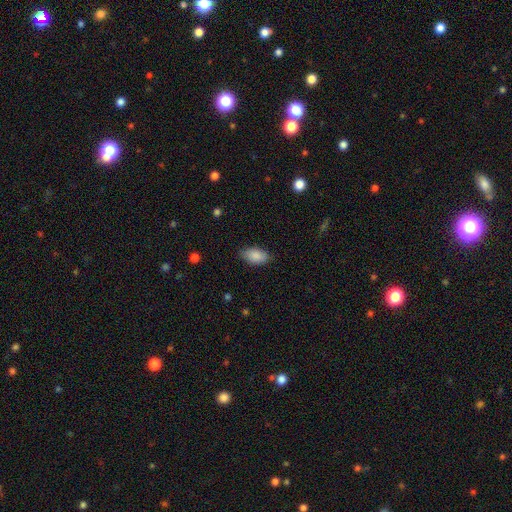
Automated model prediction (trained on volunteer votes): Q: Smooth or featured?
A: smooth (86%); runner-up: featured or disk (7%)
Q: How rounded?
A: in between (93%); runner-up: round (5%)
Q: Merging?
A: none (79%); runner-up: minor disturbance (17%)